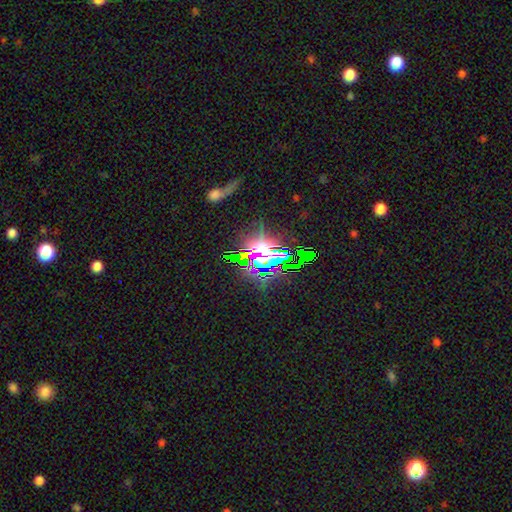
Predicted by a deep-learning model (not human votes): Smooth or featured?
  - star or artifact: 73% *
  - featured or disk: 15%
  - smooth: 13%